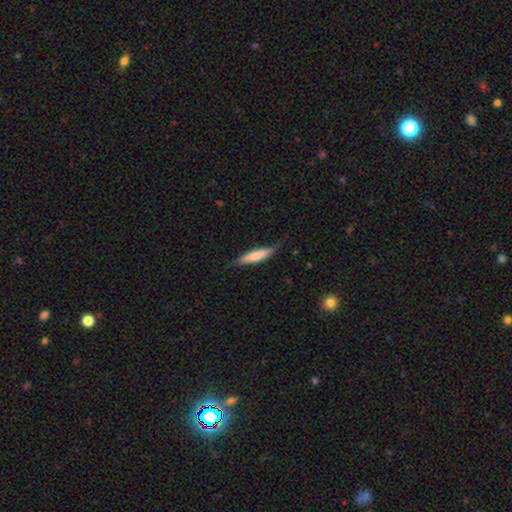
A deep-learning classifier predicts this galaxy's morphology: smooth-or-featured: smooth: 72% | featured or disk: 23% | star or artifact: 5%
  how-rounded: cigar-shaped: 82% | in between: 17% | round: 1%
  merging: none: 75% | minor disturbance: 20% | major disturbance: 4% | merger: 1%